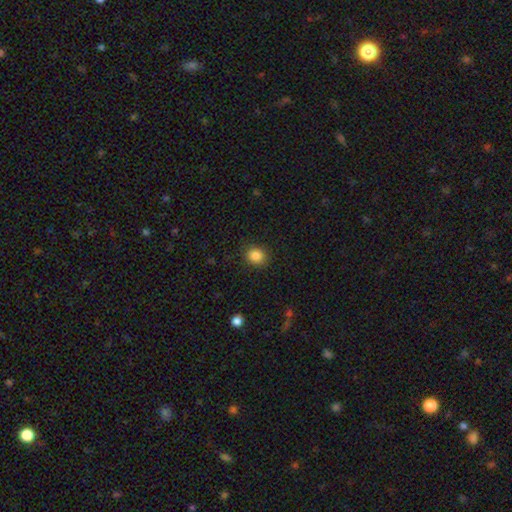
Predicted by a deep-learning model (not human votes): Q: Smooth or featured?
A: smooth (86%); runner-up: star or artifact (10%)
Q: How rounded?
A: round (73%); runner-up: in between (26%)
Q: Merging?
A: none (88%); runner-up: minor disturbance (9%)